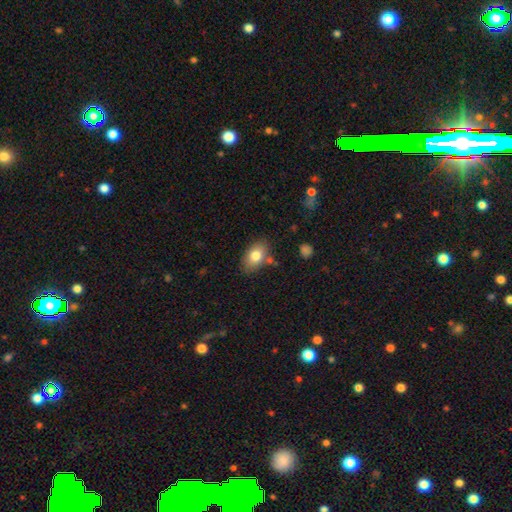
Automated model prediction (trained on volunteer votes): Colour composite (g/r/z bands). It shows a smooth galaxy with no disk features (79%) that is in between round and cigar-shaped (86%). Merging: none (76%).